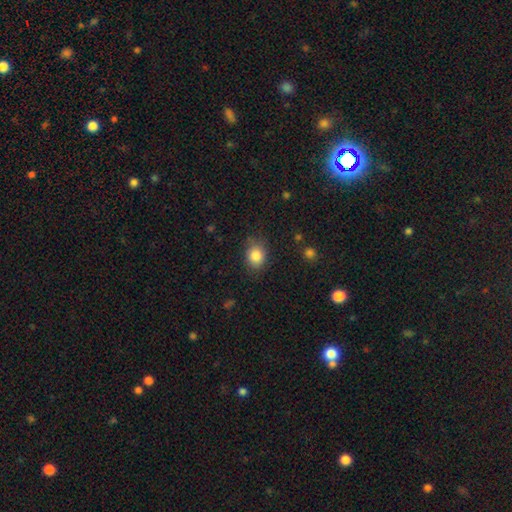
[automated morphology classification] smooth 84%, star or artifact 10%, featured or disk 6%. Down the decision tree: how rounded — round (55%); merging — none (78%).